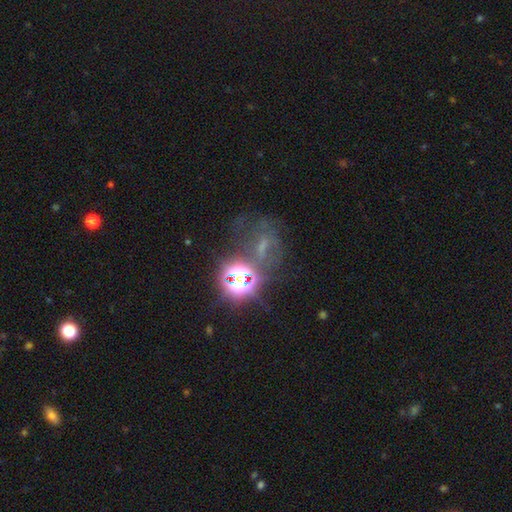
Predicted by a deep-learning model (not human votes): Smooth or featured? star or artifact (63%)